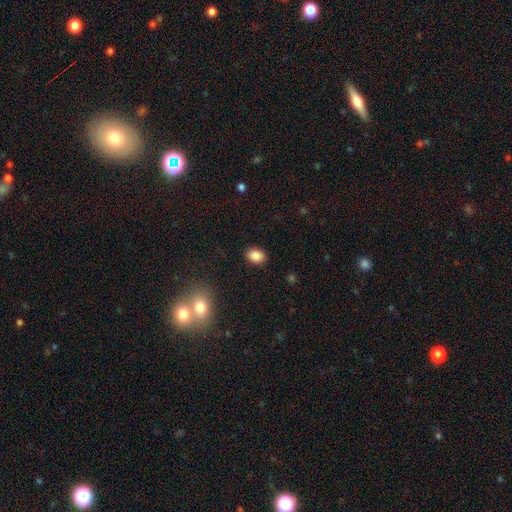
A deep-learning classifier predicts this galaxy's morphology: Q: Smooth or featured?
A: smooth (86%); runner-up: star or artifact (9%)
Q: How rounded?
A: in between (73%); runner-up: round (26%)
Q: Merging?
A: none (88%); runner-up: minor disturbance (8%)